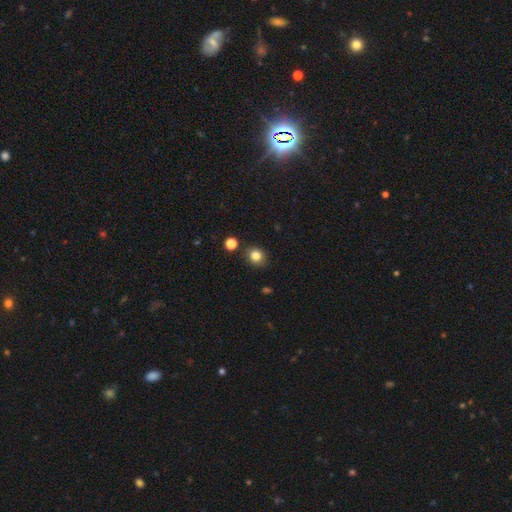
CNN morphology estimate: smooth_or_featured: smooth (p=0.81) [alt: star or artifact p=0.13]
how_rounded: round (p=0.76) [alt: in between p=0.23]
merging: none (p=0.84) [alt: minor disturbance p=0.09]